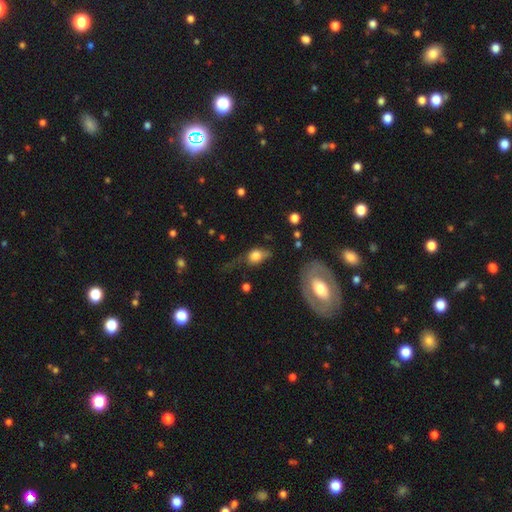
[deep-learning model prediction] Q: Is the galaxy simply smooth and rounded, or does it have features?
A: smooth — 66%.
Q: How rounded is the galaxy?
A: in between — 66%.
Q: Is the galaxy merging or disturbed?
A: major disturbance — 36%.